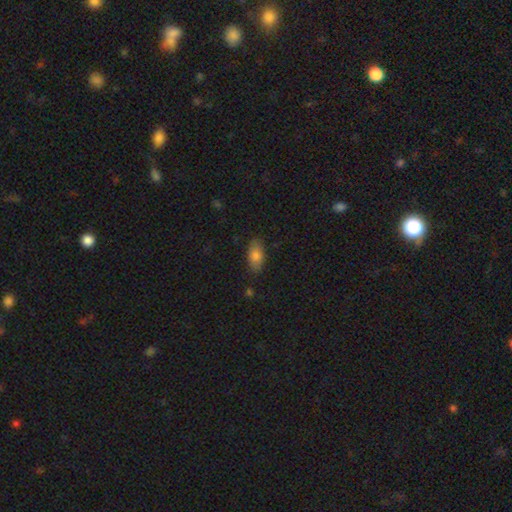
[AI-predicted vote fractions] Smooth or featured: smooth — 80% (featured or disk — 12%)
How rounded: in between — 90% (cigar-shaped — 6%)
Merging: none — 80% (minor disturbance — 15%)